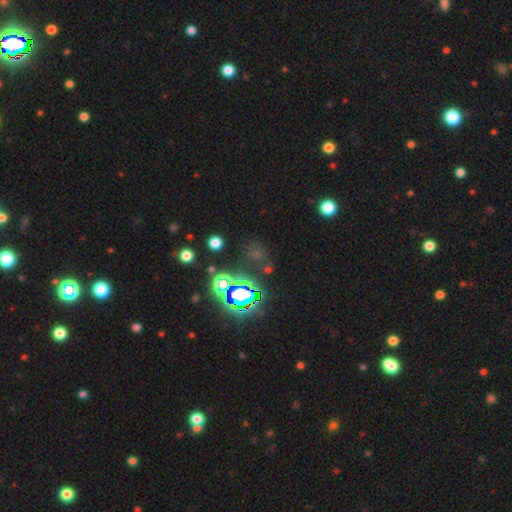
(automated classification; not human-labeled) Smooth or featured? star or artifact (71%)